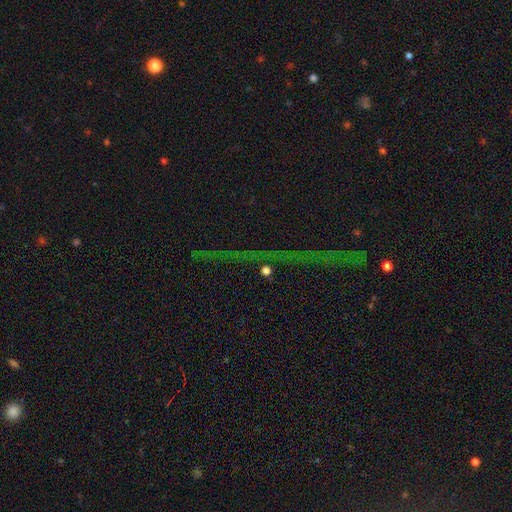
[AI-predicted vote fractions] This is likely a star or artifact rather than a galaxy (78%).